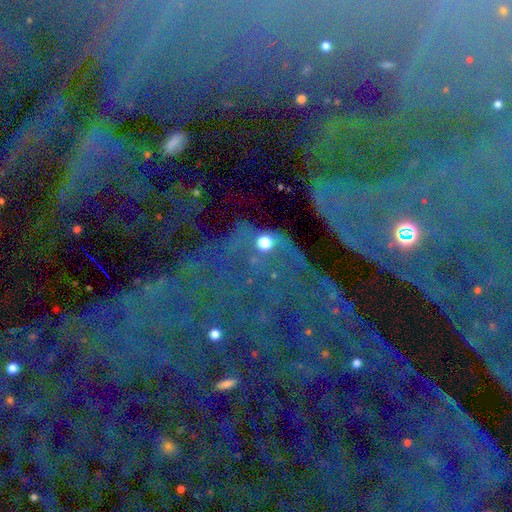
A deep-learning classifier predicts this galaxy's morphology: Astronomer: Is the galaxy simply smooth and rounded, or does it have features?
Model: star or artifact — 87%.